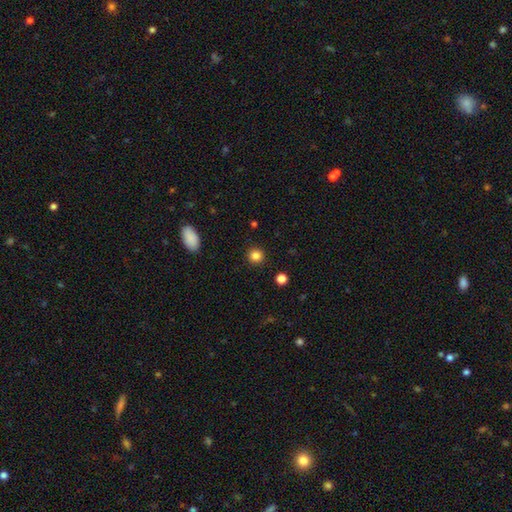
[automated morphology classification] Smooth or featured? Predicted: smooth (p=0.84). How rounded? Predicted: round (p=0.92). Merging? Predicted: none (p=0.91).